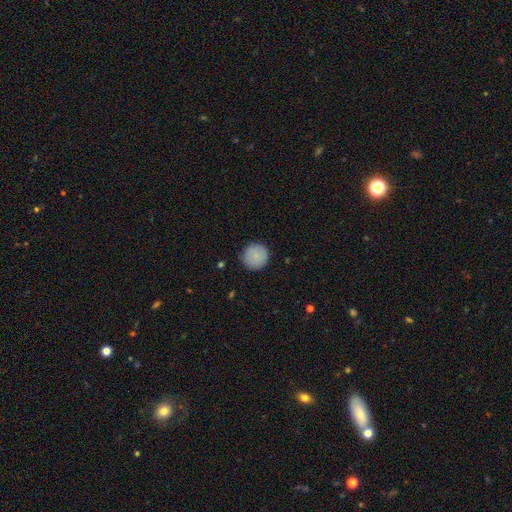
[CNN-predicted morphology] smooth 85%, featured or disk 8%, star or artifact 7%. Down the decision tree: how rounded — round (95%); merging — none (89%).